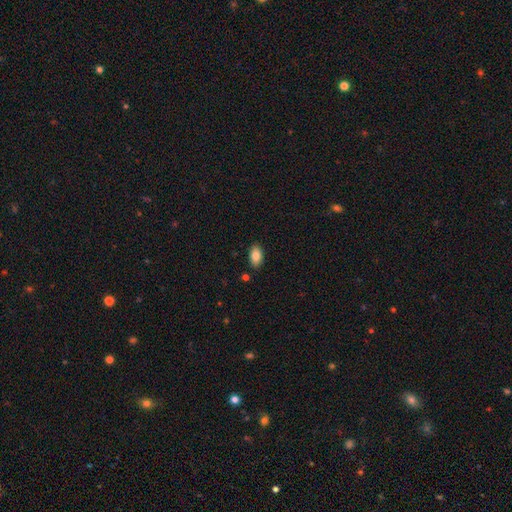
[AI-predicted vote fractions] Morphology: type=smooth (84%); roundness=in between (93%); merging=none (87%).